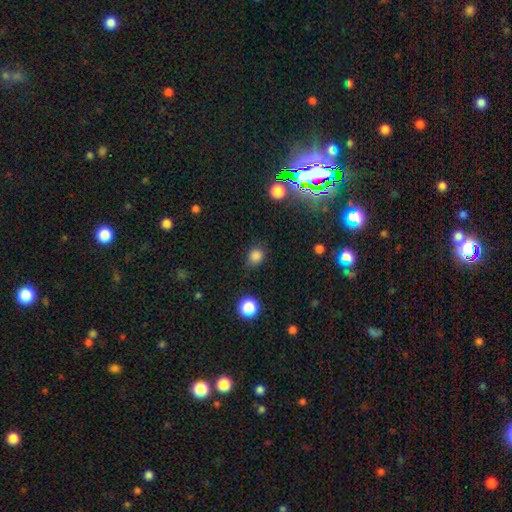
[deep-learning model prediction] This is clearly a smooth galaxy (81%). How rounded: likely round (77%). Merging: likely none (77%).